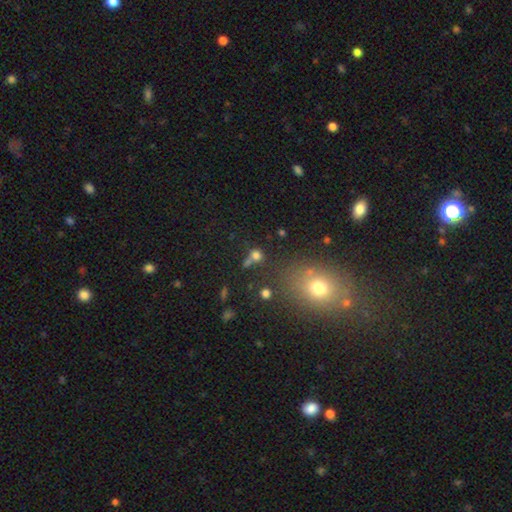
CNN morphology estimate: Smooth or featured? smooth (72%)
How rounded? round (74%)
Merging? none (49%)